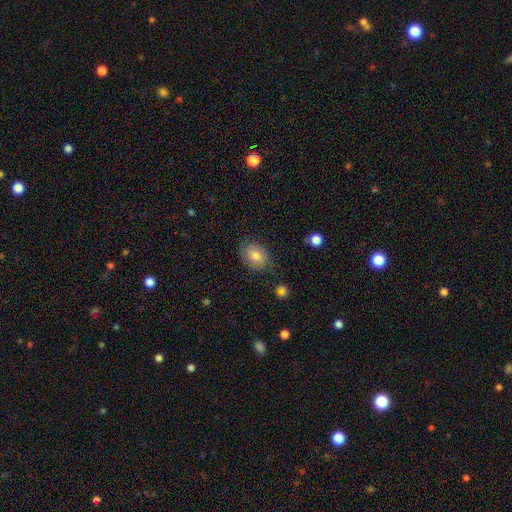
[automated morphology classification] type=smooth (75%); roundness=in between (64%); merging=none (79%).